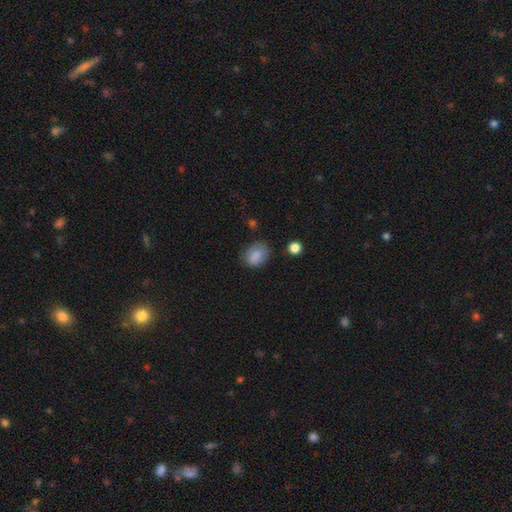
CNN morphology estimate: Smooth or featured?
  - smooth: 83% *
  - featured or disk: 9%
  - star or artifact: 9%
How rounded?
  - in between: 65% *
  - round: 34%
  - cigar-shaped: 1%
Merging?
  - none: 67% *
  - minor disturbance: 24%
  - major disturbance: 7%
  - merger: 2%